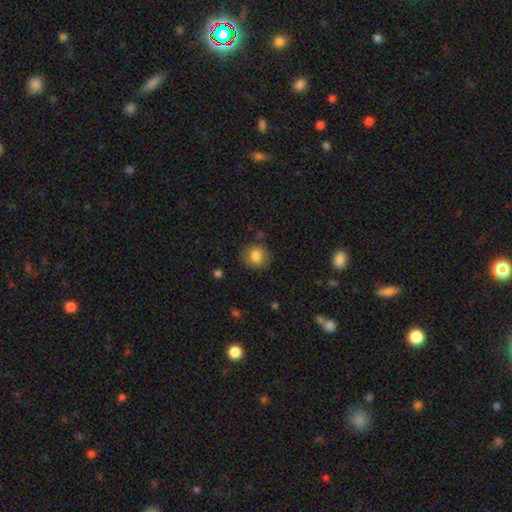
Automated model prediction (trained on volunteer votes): Smooth or featured? Predicted: smooth (p=0.83). How rounded? Predicted: round (p=0.81). Merging? Predicted: none (p=0.81).